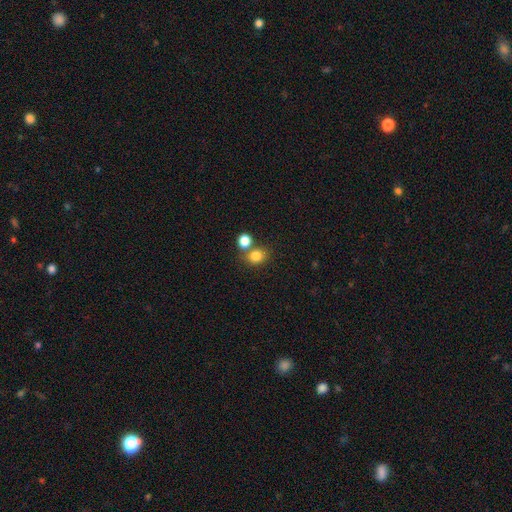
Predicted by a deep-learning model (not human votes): smooth-or-featured: smooth: 81% | star or artifact: 12% | featured or disk: 7%
  how-rounded: round: 65% | in between: 34% | cigar-shaped: 1%
  merging: none: 57% | merger: 29% | minor disturbance: 10% | major disturbance: 4%